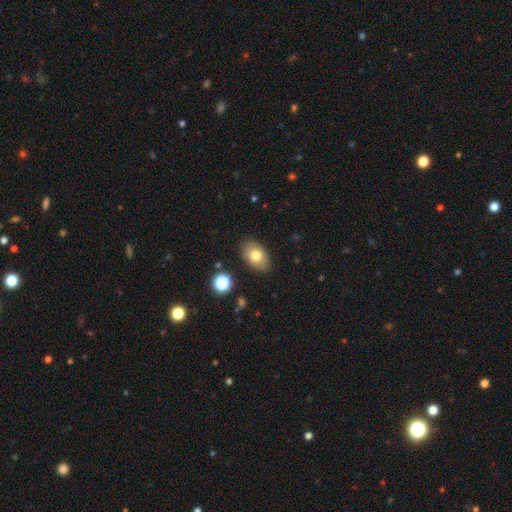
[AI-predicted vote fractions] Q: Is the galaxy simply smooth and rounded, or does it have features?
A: smooth — 76%.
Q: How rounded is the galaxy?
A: in between — 84%.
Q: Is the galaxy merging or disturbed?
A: none — 84%.